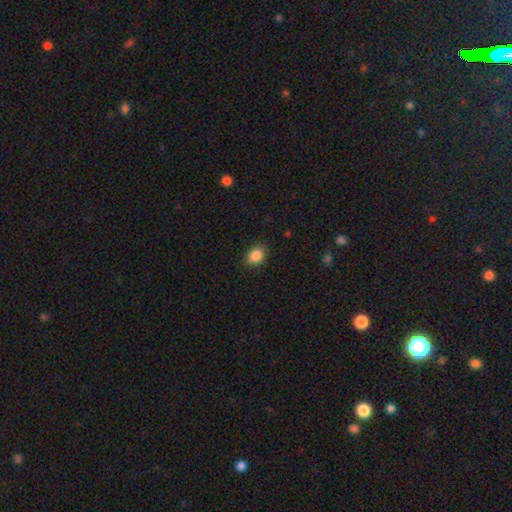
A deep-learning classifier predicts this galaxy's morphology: A smooth galaxy with no disk features (87%) that is in between round and cigar-shaped (60%).

Vote fractions:
- Smooth or featured? smooth: 87% / star or artifact: 9% / featured or disk: 4%
- How rounded? in between: 60% / round: 39% / cigar-shaped: 1%
- Merging? none: 87% / minor disturbance: 10% / major disturbance: 2% / merger: 1%